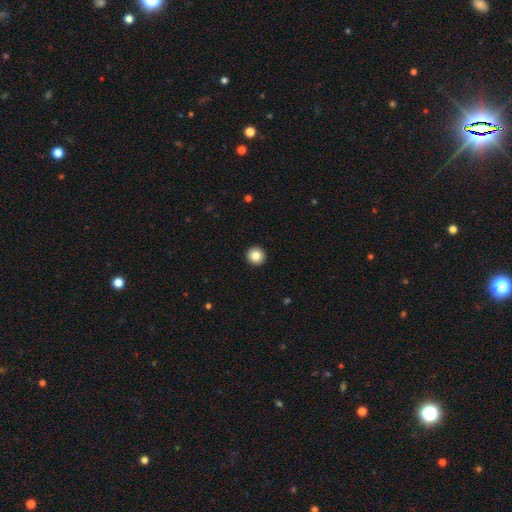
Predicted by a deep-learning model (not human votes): Smooth or featured? Predicted: smooth (p=0.85). How rounded? Predicted: round (p=0.96). Merging? Predicted: none (p=0.94).